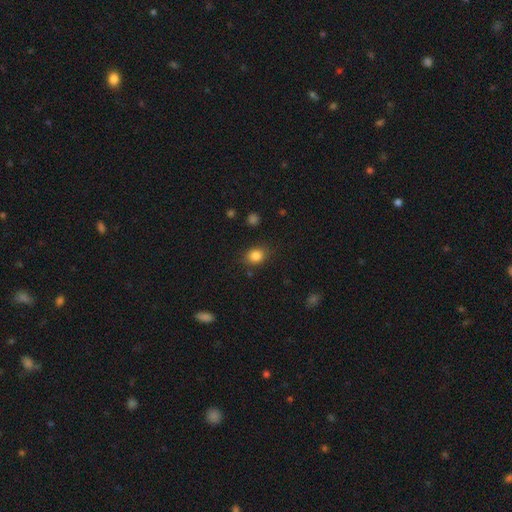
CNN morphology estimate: A smooth galaxy with no disk features (84%) that is round (56%).

Vote fractions:
- Smooth or featured? smooth: 84% / star or artifact: 11% / featured or disk: 5%
- How rounded? round: 56% / in between: 43% / cigar-shaped: 1%
- Merging? none: 81% / minor disturbance: 13% / major disturbance: 4% / merger: 2%